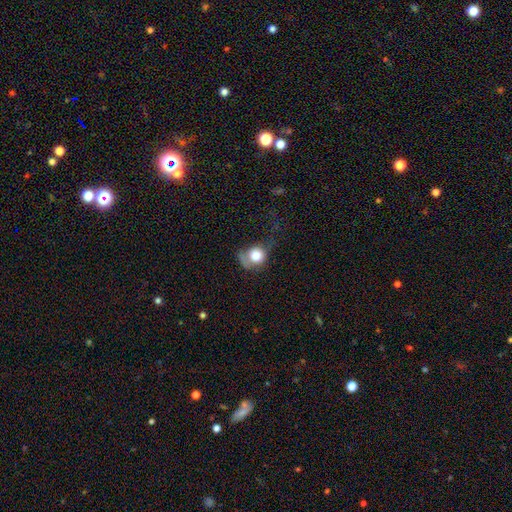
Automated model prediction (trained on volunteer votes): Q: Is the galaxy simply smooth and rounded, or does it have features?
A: smooth — 71%.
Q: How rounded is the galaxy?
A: round — 76%.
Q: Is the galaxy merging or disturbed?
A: major disturbance — 38%.